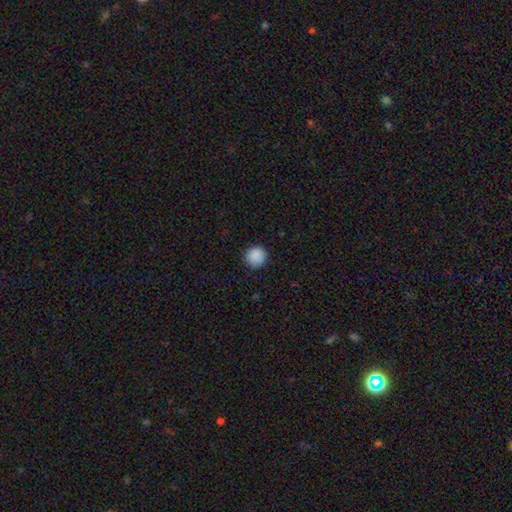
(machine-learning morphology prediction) smooth_or_featured: smooth (p=0.89) [alt: star or artifact p=0.08]
how_rounded: round (p=0.93) [alt: in between p=0.06]
merging: none (p=0.91) [alt: minor disturbance p=0.06]